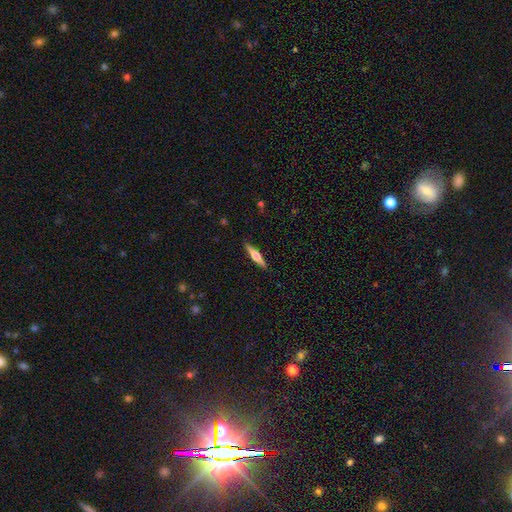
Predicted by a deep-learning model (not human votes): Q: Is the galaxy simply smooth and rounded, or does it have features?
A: featured or disk — 57%.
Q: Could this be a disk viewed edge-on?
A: yes — 96%.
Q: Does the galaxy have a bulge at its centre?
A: rounded — 92%.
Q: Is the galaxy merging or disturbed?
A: none — 91%.